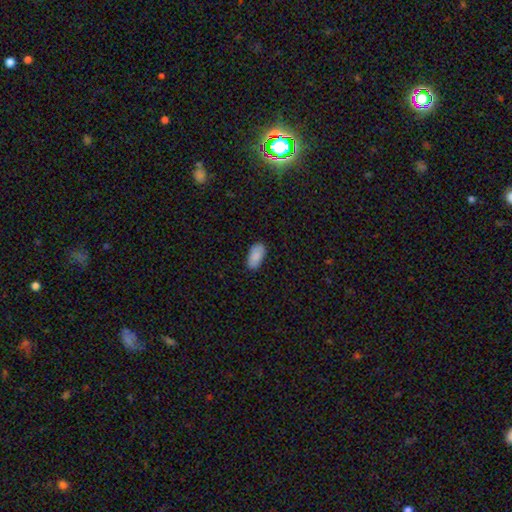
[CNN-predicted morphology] smooth_or_featured: smooth (p=0.88) [alt: star or artifact p=0.07]
how_rounded: in between (p=0.95) [alt: cigar-shaped p=0.03]
merging: none (p=0.86) [alt: minor disturbance p=0.11]